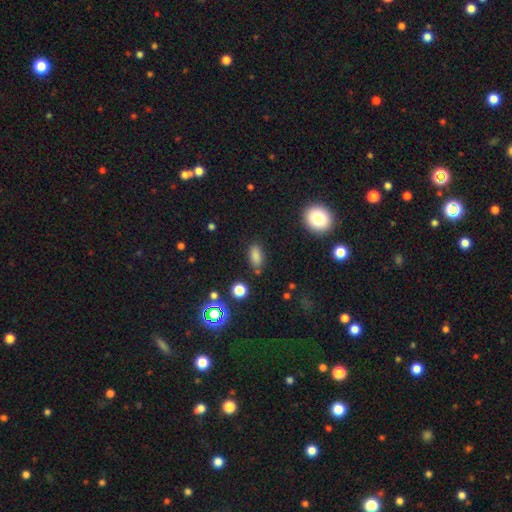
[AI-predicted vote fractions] Q: Smooth or featured?
A: smooth (81%); runner-up: star or artifact (14%)
Q: How rounded?
A: in between (87%); runner-up: round (7%)
Q: Merging?
A: none (79%); runner-up: minor disturbance (13%)